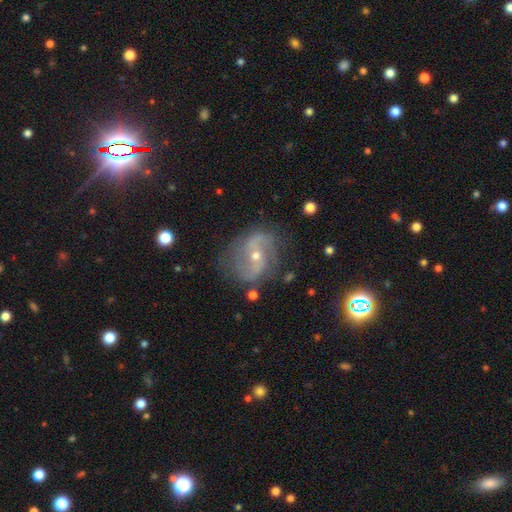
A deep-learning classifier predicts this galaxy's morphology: Smooth or featured: featured or disk — 82% (smooth — 10%)
Edge-on disk: no — 97% (yes — 3%)
Bar: no — 41% (weak — 37%)
Spiral arms: yes — 91% (no — 9%)
Spiral winding: medium — 42% (loose — 40%)
Spiral arm count: 2 — 85% (can't tell — 7%)
Bulge size: small — 55% (moderate — 42%)
Merging: none — 70% (minor disturbance — 19%)